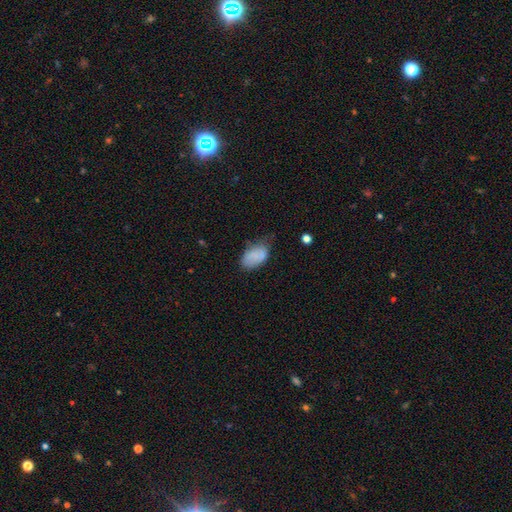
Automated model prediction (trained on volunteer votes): Smooth or featured? smooth (81%)
How rounded? in between (93%)
Merging? none (49%)